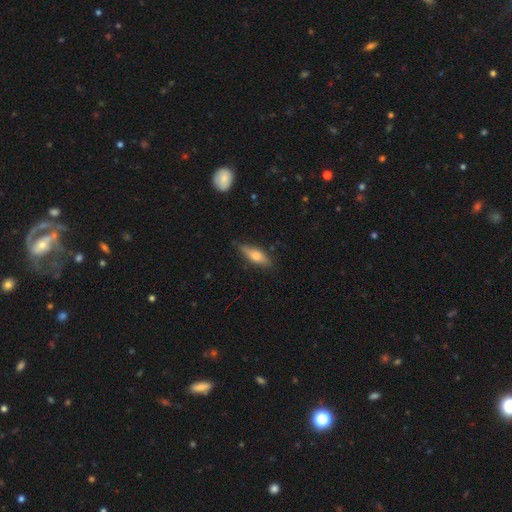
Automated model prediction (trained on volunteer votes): A smooth galaxy with no disk features (55%) that is cigar-shaped (54%).

Vote fractions:
- Smooth or featured? smooth: 55% / featured or disk: 38% / star or artifact: 6%
- How rounded? cigar-shaped: 54% / in between: 43% / round: 3%
- Merging? none: 79% / minor disturbance: 17% / major disturbance: 3% / merger: 2%